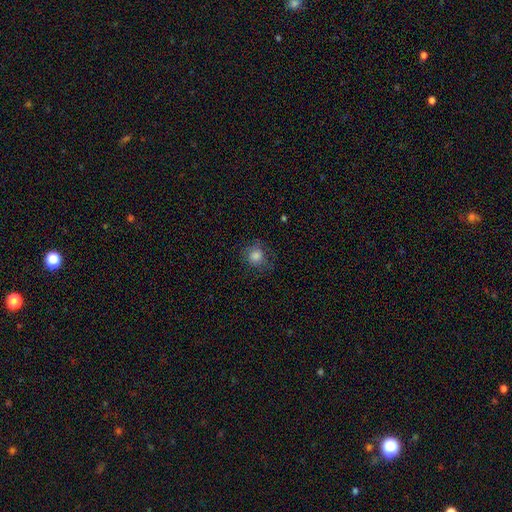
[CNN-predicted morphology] Smooth or featured: smooth — 77% (star or artifact — 12%)
How rounded: round — 86% (in between — 13%)
Merging: none — 74% (minor disturbance — 17%)